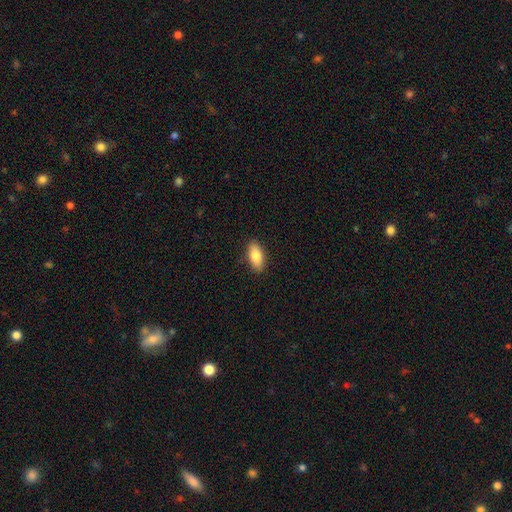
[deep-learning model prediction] smooth-or-featured: smooth: 84% | featured or disk: 10% | star or artifact: 6%
  how-rounded: in between: 88% | cigar-shaped: 9% | round: 3%
  merging: none: 88% | minor disturbance: 9% | major disturbance: 2% | merger: 1%